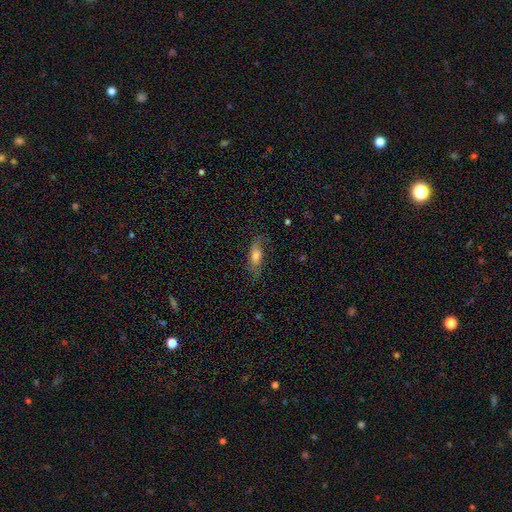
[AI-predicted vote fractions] A smooth galaxy with no disk features (49%).

Vote fractions:
- Smooth or featured? smooth: 49% / featured or disk: 41% / star or artifact: 10%
- Merging? none: 68% / minor disturbance: 22% / major disturbance: 9% / merger: 1%